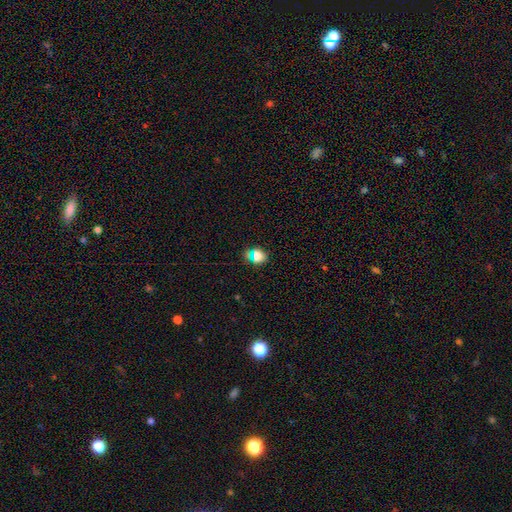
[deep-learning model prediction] The model was most divided on "how rounded": round: 64%, in between: 34%, cigar-shaped: 2%. More confident: merging — none (76%); smooth or featured — smooth (69%).